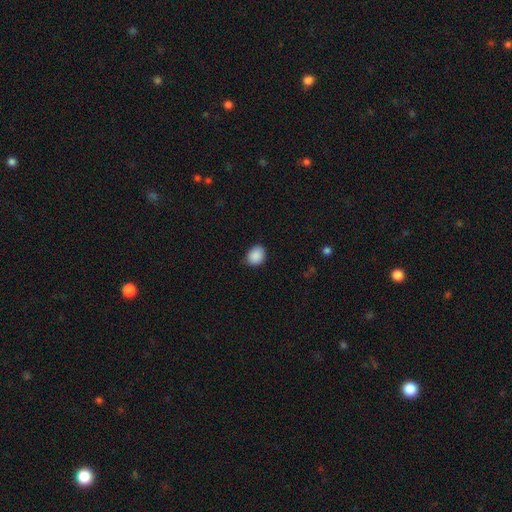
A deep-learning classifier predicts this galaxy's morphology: smooth-or-featured: smooth: 89% | star or artifact: 8% | featured or disk: 3%
  how-rounded: round: 52% | in between: 47% | cigar-shaped: 1%
  merging: none: 81% | minor disturbance: 15% | major disturbance: 2% | merger: 1%